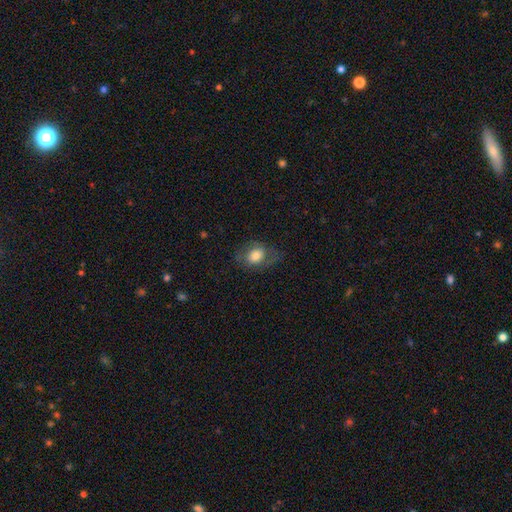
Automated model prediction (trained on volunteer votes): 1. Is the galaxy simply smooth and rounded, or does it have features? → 70% smooth, 22% featured or disk, 8% star or artifact.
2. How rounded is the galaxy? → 66% in between, 32% round, 1% cigar-shaped.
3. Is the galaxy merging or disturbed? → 58% none, 24% minor disturbance, 17% major disturbance, 1% merger.